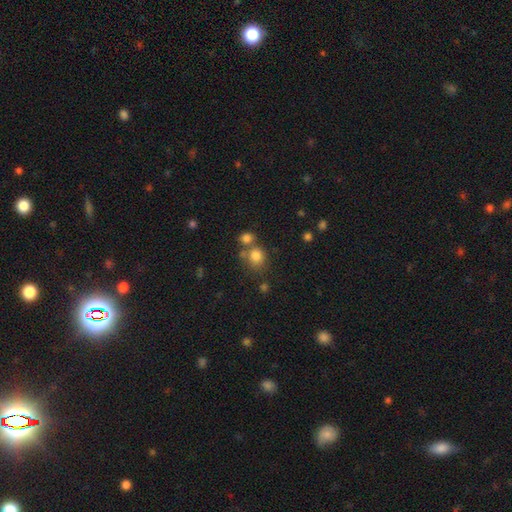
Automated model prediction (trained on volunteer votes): This appears to be a smooth galaxy with no disk features (79%) that is round (78%). Merging: none (56%).